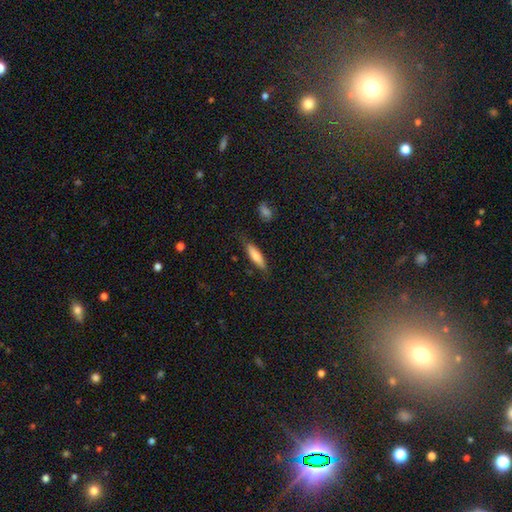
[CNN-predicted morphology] A smooth galaxy with no disk features (72%) that is cigar-shaped (67%).

Vote fractions:
- Smooth or featured? smooth: 72% / featured or disk: 22% / star or artifact: 6%
- How rounded? cigar-shaped: 67% / in between: 31% / round: 2%
- Merging? none: 79% / minor disturbance: 15% / major disturbance: 3% / merger: 2%